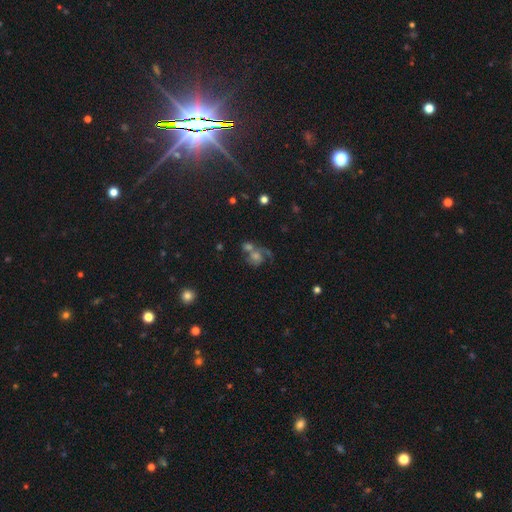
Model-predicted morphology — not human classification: Smooth or featured: featured or disk — 48% (smooth — 29%)
Merging: none — 37% (merger — 36%)